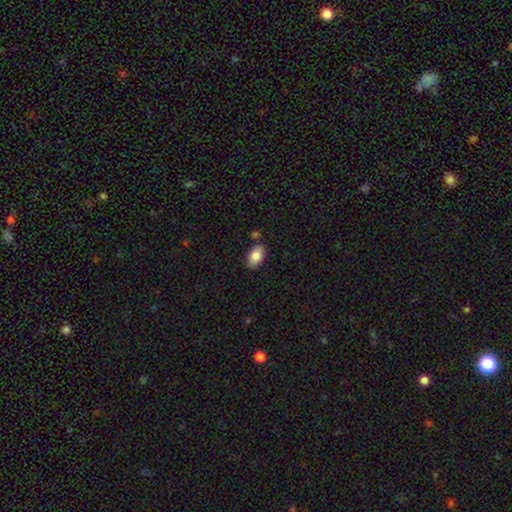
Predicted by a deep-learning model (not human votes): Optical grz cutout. It shows a smooth galaxy with no disk features (85%) that is in between round and cigar-shaped (93%). Merging: none (82%).